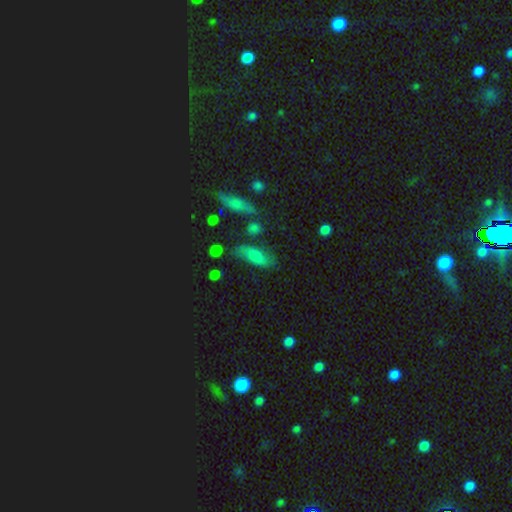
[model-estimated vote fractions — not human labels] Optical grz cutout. It shows a smooth galaxy with no disk features (62%) that is in between round and cigar-shaped (69%). Merging: none (62%).